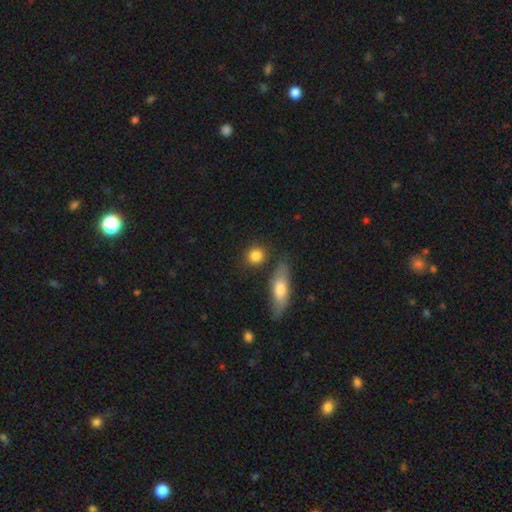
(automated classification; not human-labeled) A smooth galaxy with no disk features (84%) that is round (79%). Merging: none (78%).